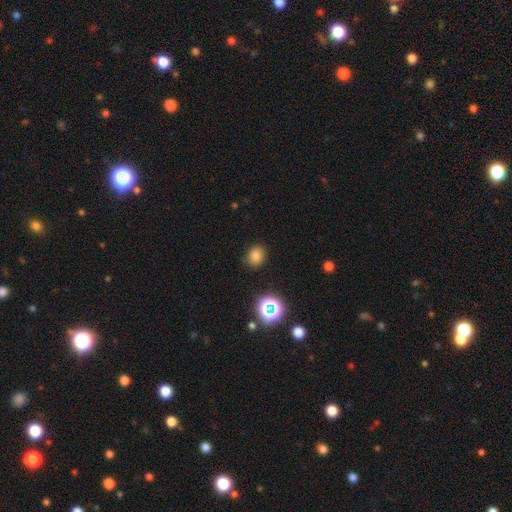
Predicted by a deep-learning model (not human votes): This is likely a smooth galaxy (77%). How rounded: likely round (60%). Merging: clearly none (83%).